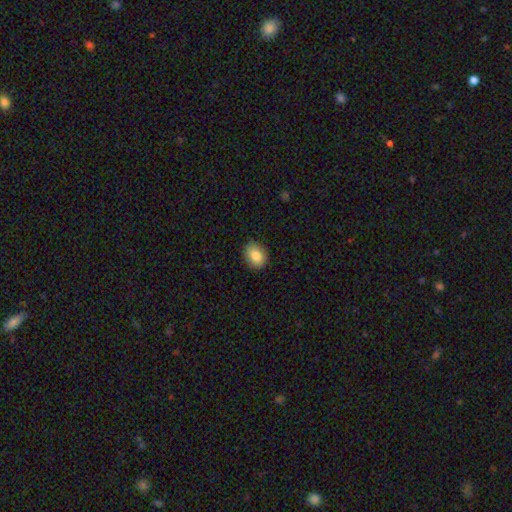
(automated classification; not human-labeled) The model was most divided on "how rounded": in between: 56%, round: 43%, cigar-shaped: 1%. More confident: merging — none (86%); smooth or featured — smooth (84%).